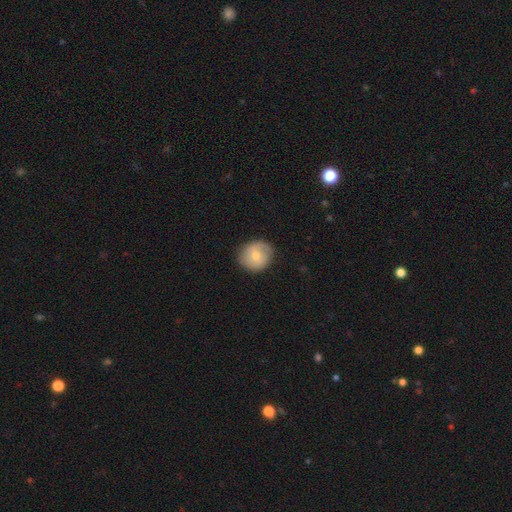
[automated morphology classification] smooth_or_featured: smooth (p=0.64) [alt: featured or disk p=0.29]
how_rounded: round (p=0.81) [alt: in between p=0.18]
merging: none (p=0.80) [alt: minor disturbance p=0.15]